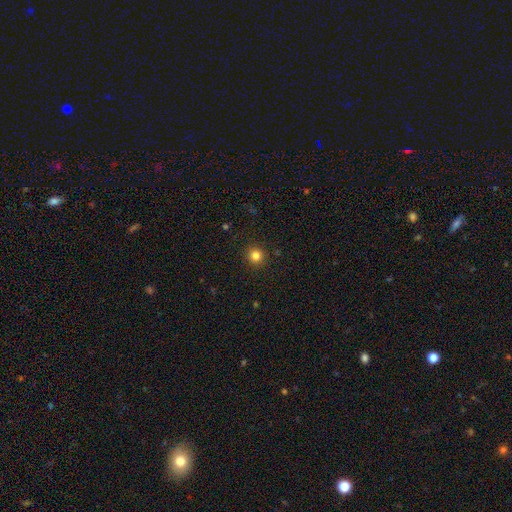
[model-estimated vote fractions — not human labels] A smooth galaxy with no disk features (82%) that is round (95%). Merging: none (92%).